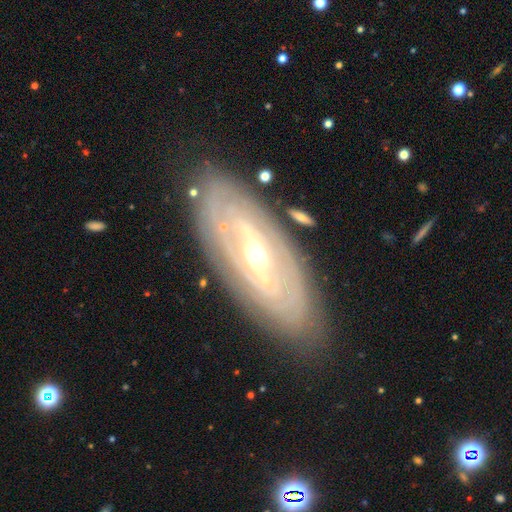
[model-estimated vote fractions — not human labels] Overall: featured or disk (80%). Edge-on disk: no (84%). Bar: weak (38%; no 34%). Spiral arms: yes (70%; no 30%). Bulge size: moderate (52%; small 43%). Merging: none (83%).